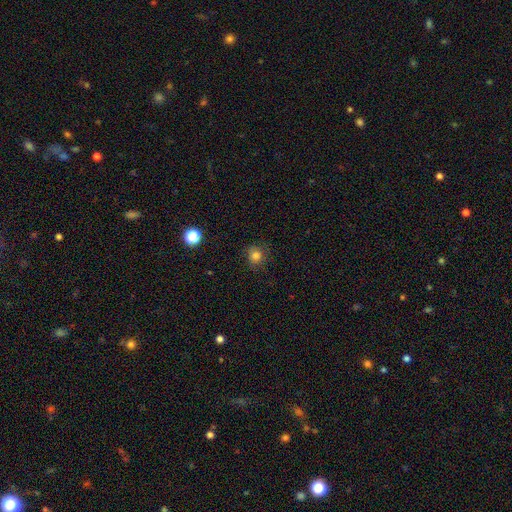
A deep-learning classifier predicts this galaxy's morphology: Smooth or featured: smooth — 80% (star or artifact — 14%)
How rounded: round — 88% (in between — 11%)
Merging: none — 83% (minor disturbance — 12%)